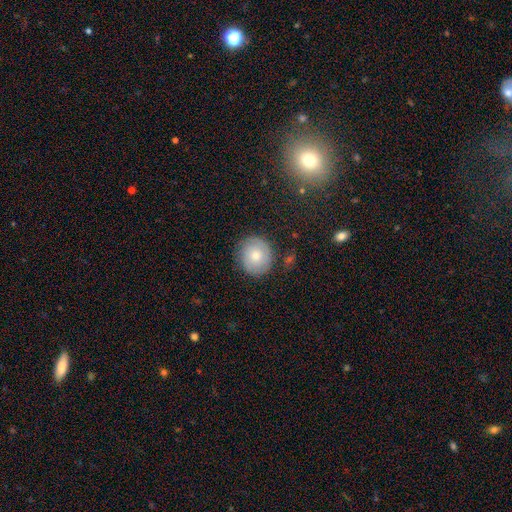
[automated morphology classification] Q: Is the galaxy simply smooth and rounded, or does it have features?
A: smooth — 66%.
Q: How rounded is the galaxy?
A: round — 87%.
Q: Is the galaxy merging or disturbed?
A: none — 83%.